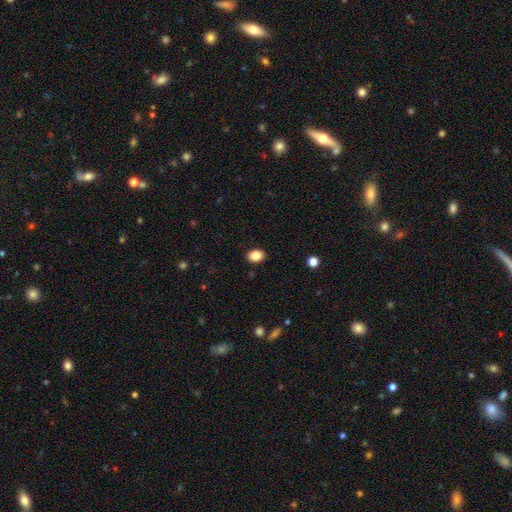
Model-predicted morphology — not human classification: Smooth or featured: smooth — 87% (star or artifact — 9%)
How rounded: in between — 66% (round — 33%)
Merging: none — 90% (minor disturbance — 7%)